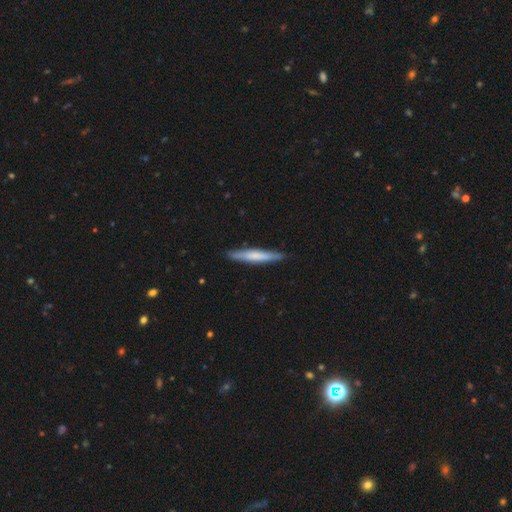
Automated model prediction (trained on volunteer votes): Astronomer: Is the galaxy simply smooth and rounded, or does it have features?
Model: smooth — 60% (runner-up: featured or disk, 35%).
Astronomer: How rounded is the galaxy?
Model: cigar-shaped — 94%.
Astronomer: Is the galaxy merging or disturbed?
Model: none — 88%.